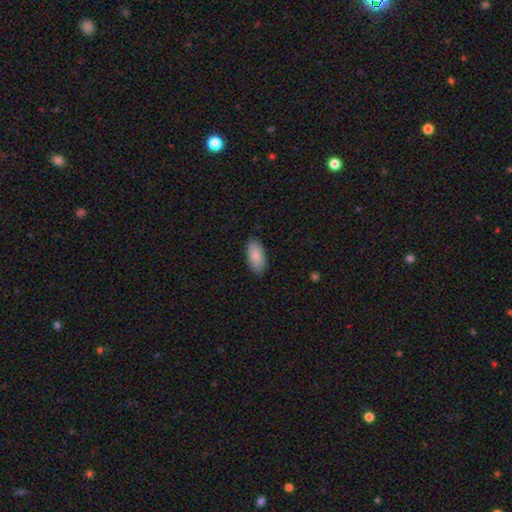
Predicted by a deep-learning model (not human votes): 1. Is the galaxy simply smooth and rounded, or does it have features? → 88% smooth, 7% featured or disk, 5% star or artifact.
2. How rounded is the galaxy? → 92% in between, 7% cigar-shaped, 2% round.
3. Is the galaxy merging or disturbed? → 88% none, 9% minor disturbance, 2% major disturbance, 1% merger.